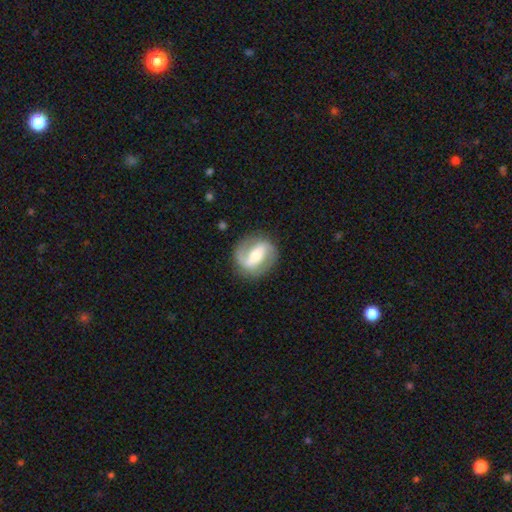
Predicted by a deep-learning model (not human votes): This is clearly a featured or disk galaxy (82%). It is clearly not viewed edge-on (96%). Bar: possibly strong (54%). Spiral arm pattern: clearly yes (90%). Spiral arm count: clearly 2 (88%). Spiral winding: possibly medium (45%). Central bulge: possibly moderate (60%). Merging: clearly none (84%).